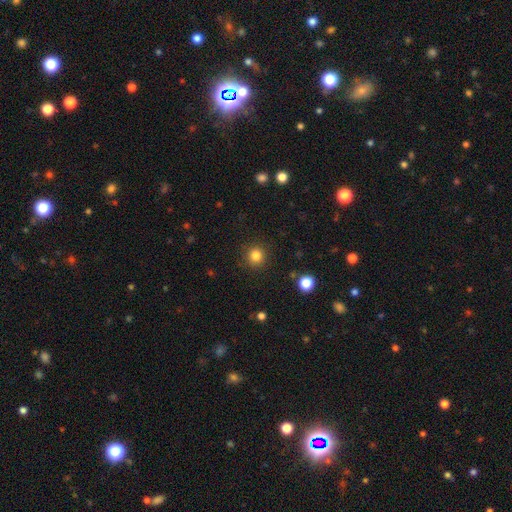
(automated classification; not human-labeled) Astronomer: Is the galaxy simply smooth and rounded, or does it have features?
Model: smooth — 83%.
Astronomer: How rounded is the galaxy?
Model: round — 94%.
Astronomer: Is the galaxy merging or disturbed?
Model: none — 91%.